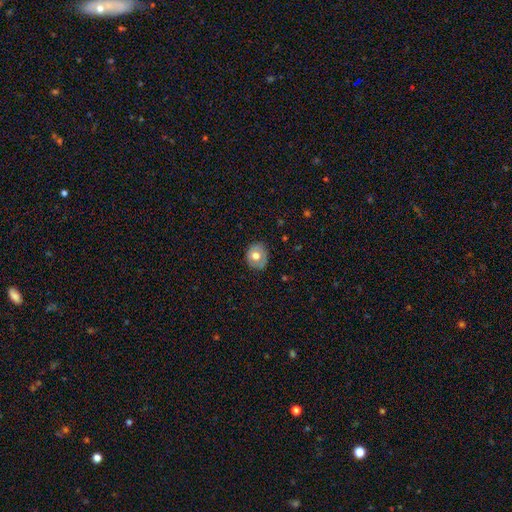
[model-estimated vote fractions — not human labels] Morphology: type=smooth (65%); roundness=round (66%); merging=none (78%).